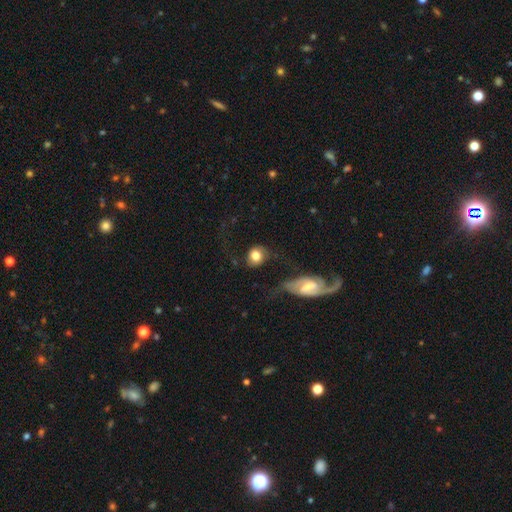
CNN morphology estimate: A smooth galaxy with no disk features (70%) that is round (74%). Merging: none (50%).